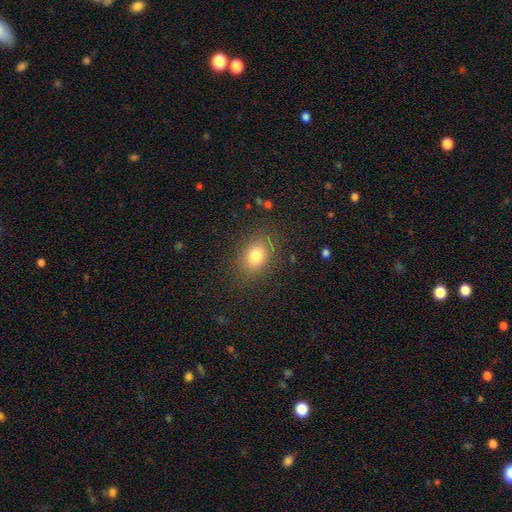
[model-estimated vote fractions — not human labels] Smooth or featured? smooth (77%)
How rounded? in between (75%)
Merging? none (83%)